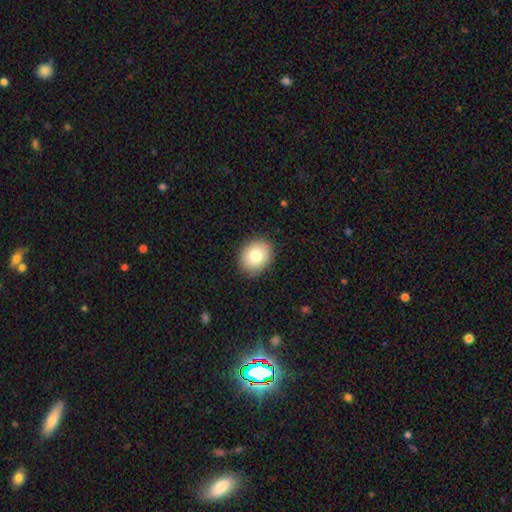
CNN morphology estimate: A smooth galaxy with no disk features (80%) that is in between round and cigar-shaped (50%).

Vote fractions:
- Smooth or featured? smooth: 80% / featured or disk: 11% / star or artifact: 9%
- How rounded? in between: 50% / round: 49% / cigar-shaped: 1%
- Merging? none: 87% / minor disturbance: 10% / major disturbance: 2% / merger: 1%